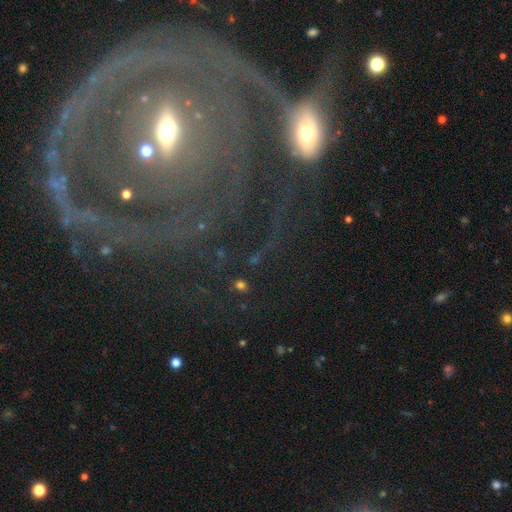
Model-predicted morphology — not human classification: featured or disk 73%, smooth 15%, star or artifact 12%. Down the decision tree: edge-on disk — no (90%); bar — no (38%); spiral arms — yes (74%); bulge size — moderate (50%); merging — none (50%).